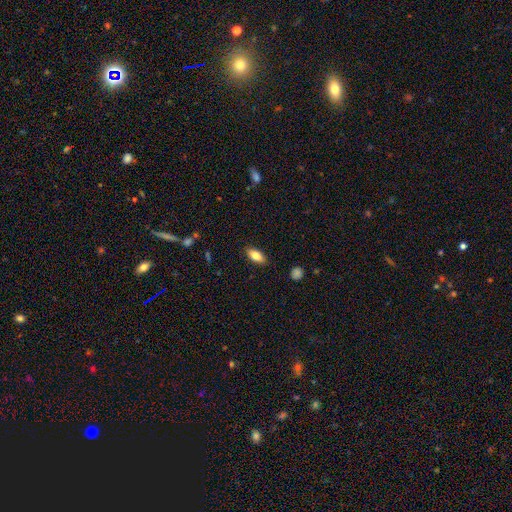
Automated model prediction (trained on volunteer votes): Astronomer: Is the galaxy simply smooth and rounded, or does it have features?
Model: smooth — 81%.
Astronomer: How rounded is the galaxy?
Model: in between — 87%.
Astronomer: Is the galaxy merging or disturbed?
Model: none — 88%.